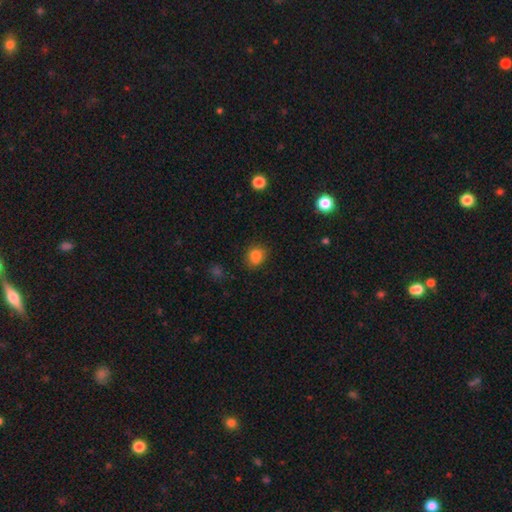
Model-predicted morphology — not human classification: Smooth or featured? smooth (83%)
How rounded? round (68%)
Merging? none (80%)